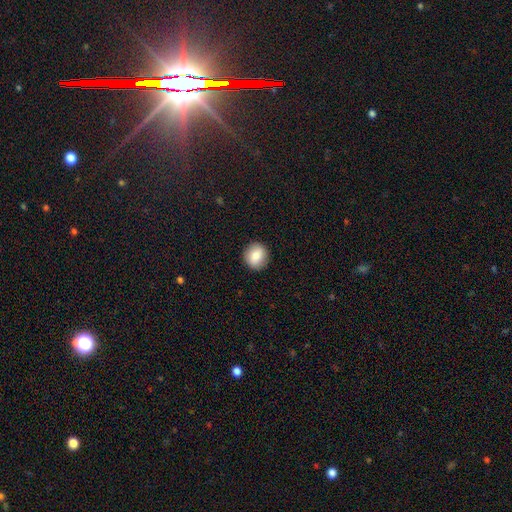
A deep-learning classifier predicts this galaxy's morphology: Smooth or featured? smooth (84%)
How rounded? round (86%)
Merging? none (90%)